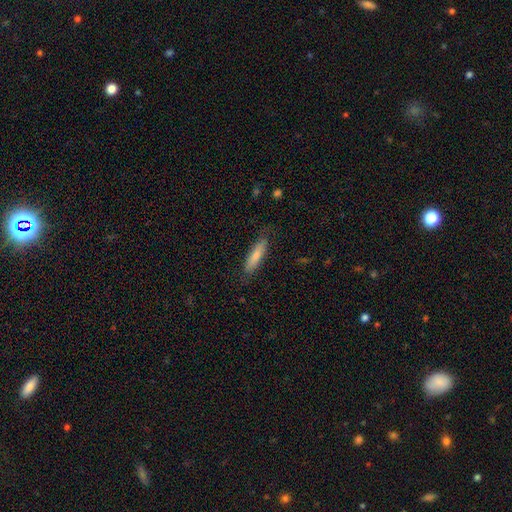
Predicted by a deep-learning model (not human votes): smooth-or-featured: smooth: 74% | featured or disk: 20% | star or artifact: 6%
  how-rounded: cigar-shaped: 74% | in between: 25% | round: 2%
  merging: none: 81% | minor disturbance: 15% | major disturbance: 3% | merger: 1%